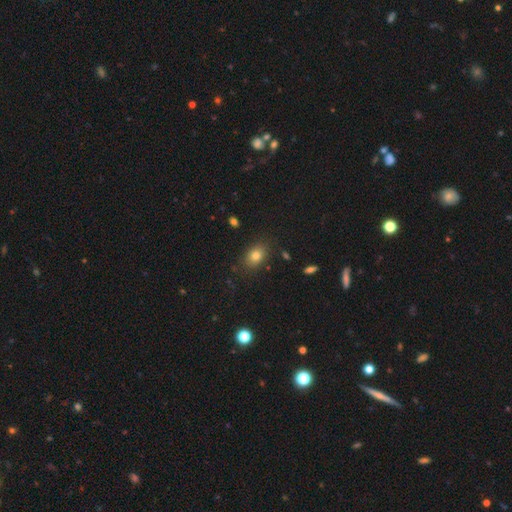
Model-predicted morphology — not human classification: smooth-or-featured: smooth: 79% | star or artifact: 12% | featured or disk: 9%
  how-rounded: in between: 74% | round: 25% | cigar-shaped: 1%
  merging: none: 84% | minor disturbance: 11% | major disturbance: 3% | merger: 2%